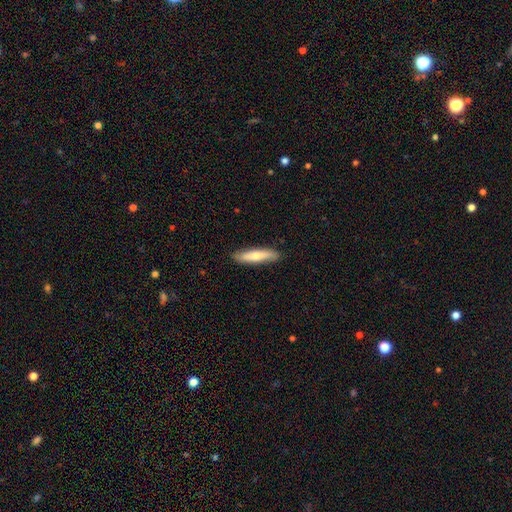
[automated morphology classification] Smooth or featured: smooth — 64% (featured or disk — 31%)
How rounded: cigar-shaped — 83% (in between — 16%)
Merging: none — 88% (minor disturbance — 10%)